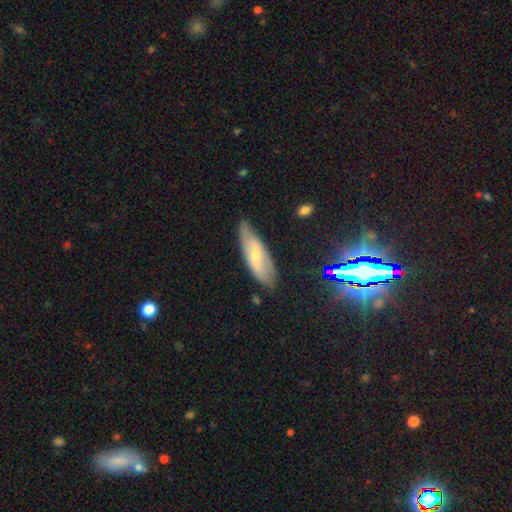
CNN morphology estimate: Smooth or featured? smooth (48%)
Merging? none (72%)